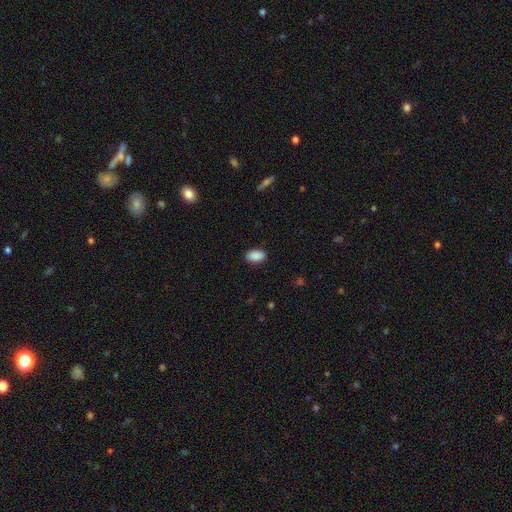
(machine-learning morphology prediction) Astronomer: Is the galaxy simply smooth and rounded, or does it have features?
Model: smooth — 90%.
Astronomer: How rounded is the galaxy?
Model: in between — 93%.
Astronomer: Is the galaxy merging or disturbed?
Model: none — 87%.